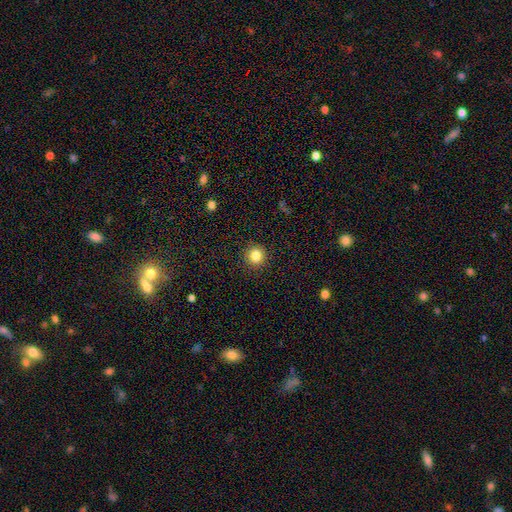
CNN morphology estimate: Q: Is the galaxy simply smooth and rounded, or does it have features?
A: smooth — 84%.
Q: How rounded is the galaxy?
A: round — 93%.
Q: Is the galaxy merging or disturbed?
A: none — 91%.